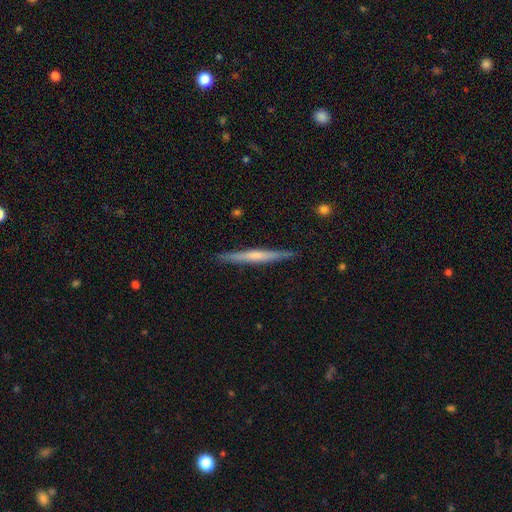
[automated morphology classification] This appears to be a featured or disk galaxy (59%) viewed edge-on (98%) with no central bulge (47%). Merging: none (91%).